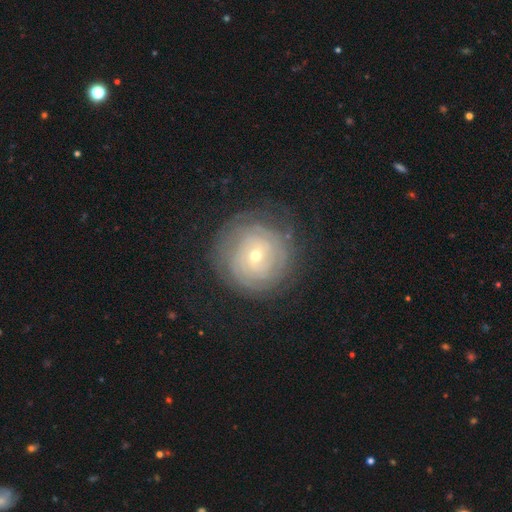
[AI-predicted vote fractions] Smooth or featured? featured or disk (76%)
Edge-on disk? no (97%)
Bar? no (62%)
Spiral arms? yes (89%)
Spiral winding? tight (84%)
Spiral arm count? can't tell (51%)
Bulge size? small (60%)
Merging? none (79%)